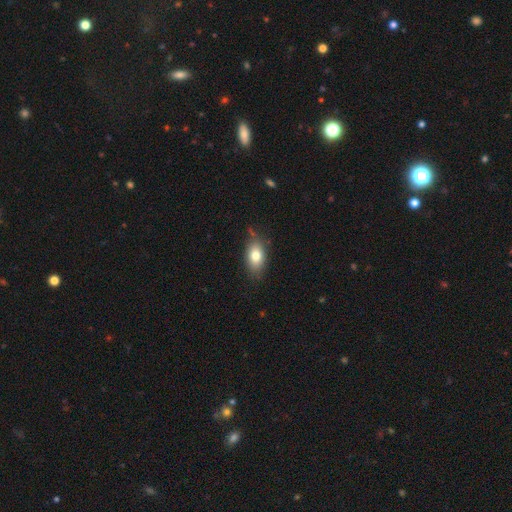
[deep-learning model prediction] A smooth galaxy with no disk features (78%) that is in between round and cigar-shaped (88%).

Vote fractions:
- Smooth or featured? smooth: 78% / featured or disk: 14% / star or artifact: 8%
- How rounded? in between: 88% / round: 9% / cigar-shaped: 4%
- Merging? none: 74% / minor disturbance: 20% / major disturbance: 4% / merger: 2%